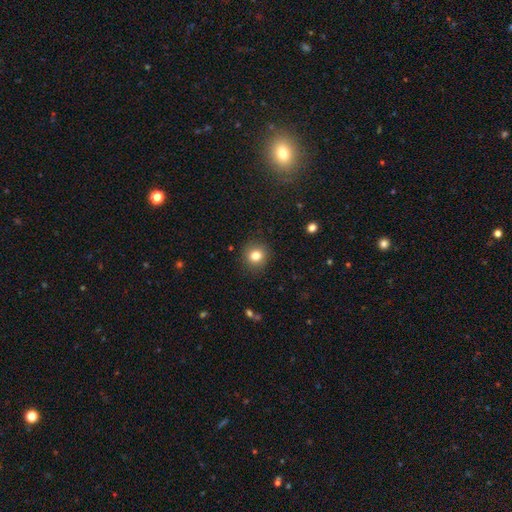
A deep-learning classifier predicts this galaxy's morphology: Smooth or featured?
  - smooth: 82% *
  - star or artifact: 11%
  - featured or disk: 7%
How rounded?
  - round: 87% *
  - in between: 12%
  - cigar-shaped: 1%
Merging?
  - none: 89% *
  - minor disturbance: 8%
  - major disturbance: 3%
  - merger: 1%